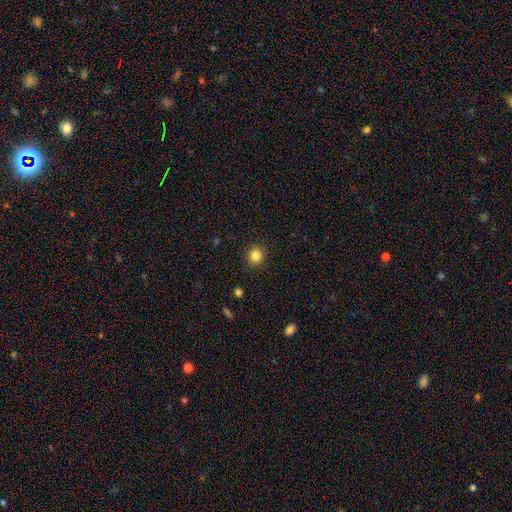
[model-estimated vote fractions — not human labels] Morphology: type=smooth (84%); roundness=round (87%); merging=none (90%).